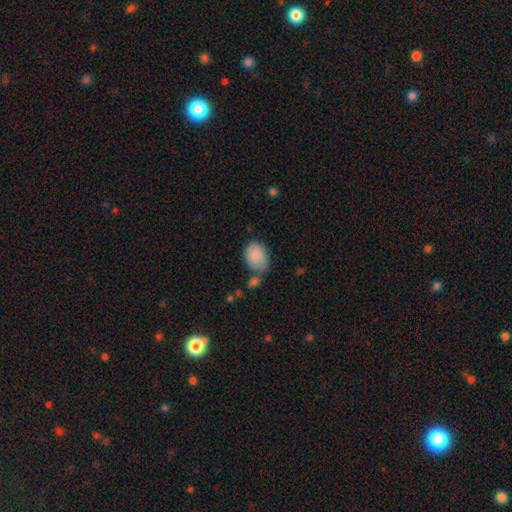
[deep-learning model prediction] Q: Smooth or featured?
A: smooth (86%); runner-up: featured or disk (7%)
Q: How rounded?
A: in between (71%); runner-up: round (28%)
Q: Merging?
A: none (56%); runner-up: minor disturbance (22%)